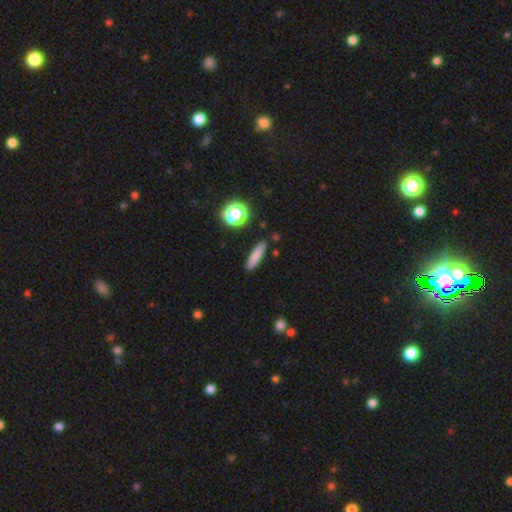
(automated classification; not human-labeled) Smooth or featured?
  - smooth: 79% *
  - star or artifact: 11%
  - featured or disk: 10%
How rounded?
  - cigar-shaped: 79% *
  - in between: 17%
  - round: 4%
Merging?
  - none: 87% *
  - minor disturbance: 8%
  - merger: 2%
  - major disturbance: 2%